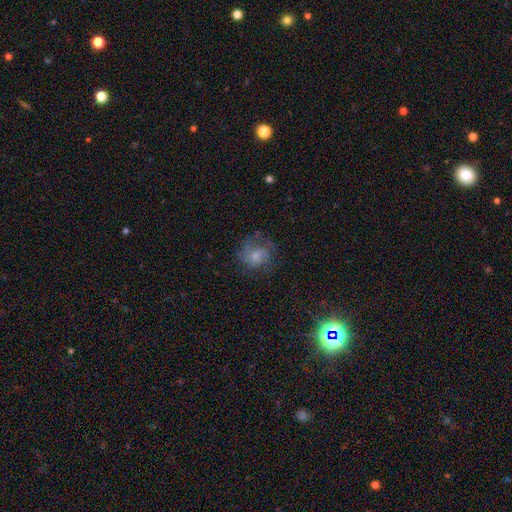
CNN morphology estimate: Smooth or featured? Predicted: featured or disk (p=0.45, tied with smooth). Merging? Predicted: none (p=0.56).